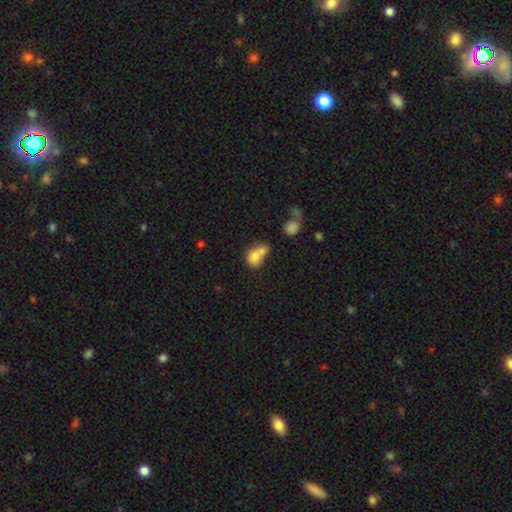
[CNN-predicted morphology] type=smooth (74%); roundness=in between (53%); merging=merger (63%).